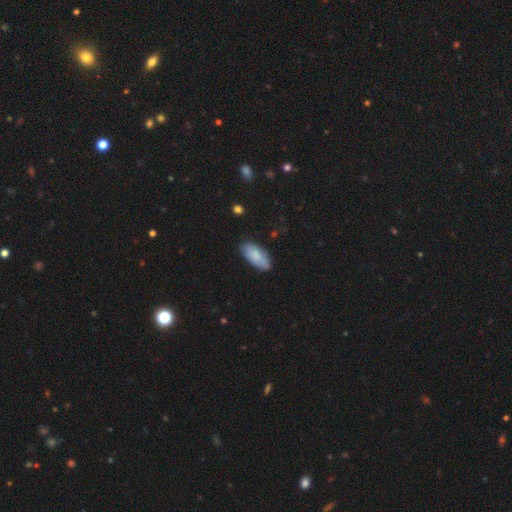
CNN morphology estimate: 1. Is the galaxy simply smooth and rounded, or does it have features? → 81% smooth, 13% featured or disk, 6% star or artifact.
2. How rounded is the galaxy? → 88% in between, 10% cigar-shaped, 2% round.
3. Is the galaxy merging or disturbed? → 77% none, 18% minor disturbance, 3% major disturbance, 2% merger.